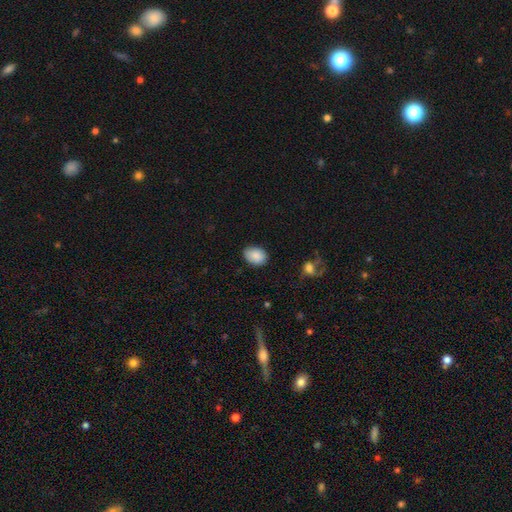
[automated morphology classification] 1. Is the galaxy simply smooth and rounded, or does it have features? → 86% smooth, 7% star or artifact, 7% featured or disk.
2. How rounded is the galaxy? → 76% in between, 23% round, 1% cigar-shaped.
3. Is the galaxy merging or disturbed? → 82% none, 14% minor disturbance, 3% major disturbance, 1% merger.